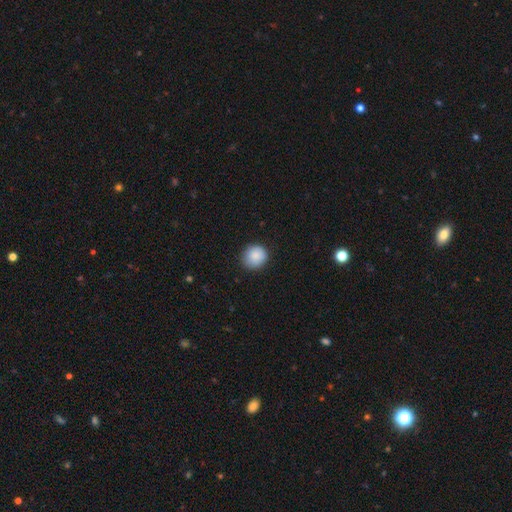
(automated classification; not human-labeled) Overall: smooth (88%). How rounded: round (86%). Merging: none (84%).